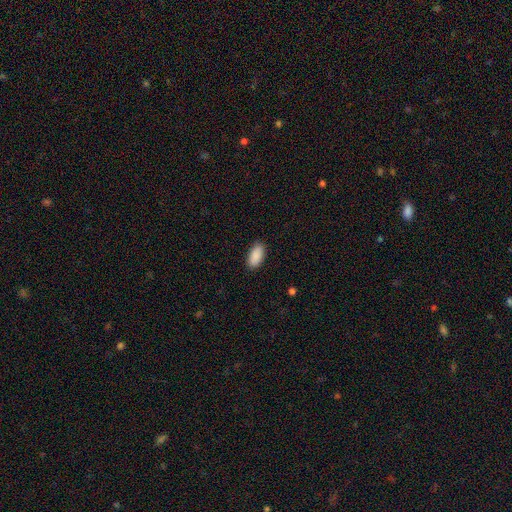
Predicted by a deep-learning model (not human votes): Morphology: type=smooth (91%); roundness=in between (93%); merging=none (88%).